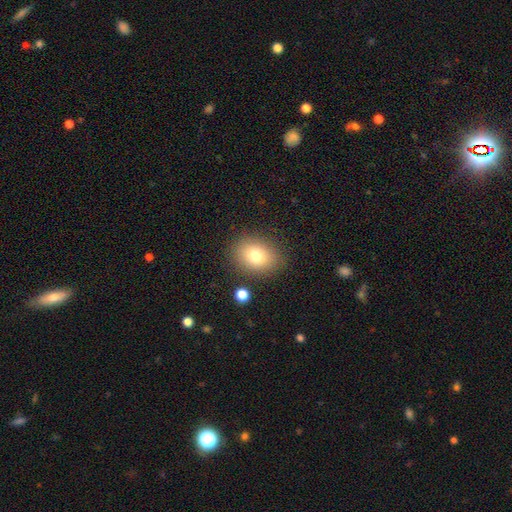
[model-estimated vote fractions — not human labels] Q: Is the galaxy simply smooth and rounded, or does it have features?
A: smooth — 78%.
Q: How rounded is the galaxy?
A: in between — 58%.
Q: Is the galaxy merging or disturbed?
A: none — 84%.